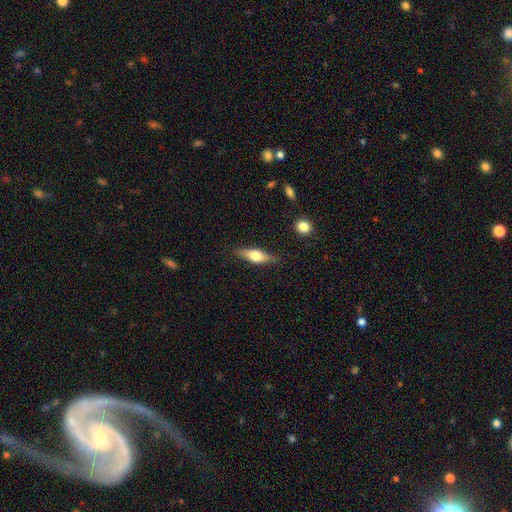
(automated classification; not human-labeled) This appears to be a smooth galaxy with no disk features (54%) that is cigar-shaped (52%). Merging: none (84%).